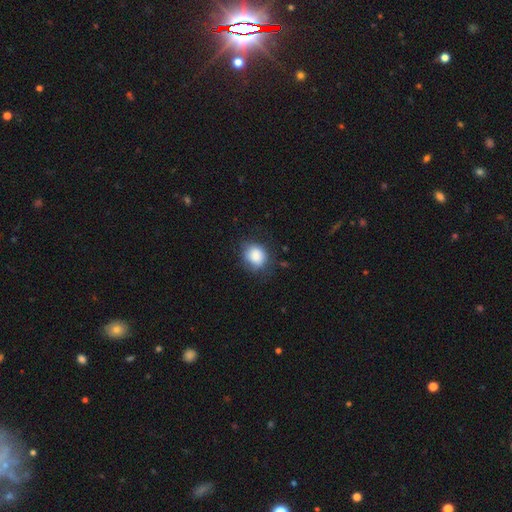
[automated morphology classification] The model was most divided on "how rounded": round: 62%, in between: 37%, cigar-shaped: 1%. More confident: smooth or featured — smooth (85%); merging — none (67%).